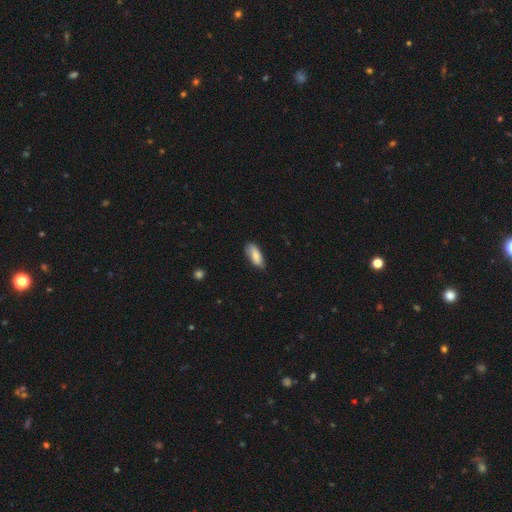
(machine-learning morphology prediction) Smooth or featured? Predicted: smooth (p=0.78). How rounded? Predicted: in between (p=0.79). Merging? Predicted: none (p=0.76).